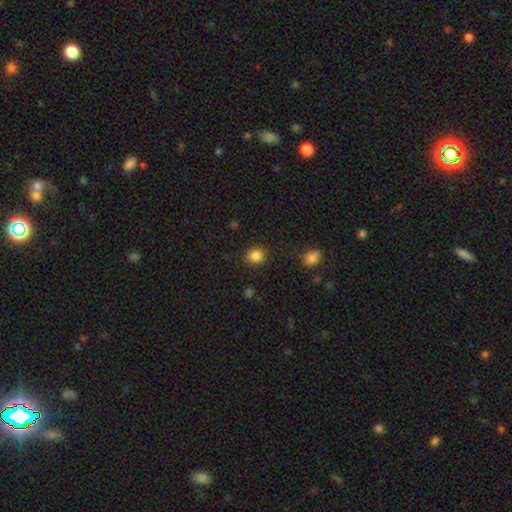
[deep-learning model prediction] A smooth galaxy with no disk features (85%) that is round (72%). Merging: none (88%).